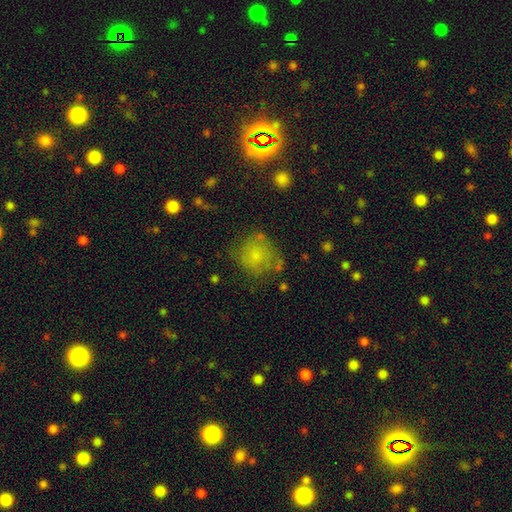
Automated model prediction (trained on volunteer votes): smooth 68%, featured or disk 21%, star or artifact 10%. Down the decision tree: how rounded — round (82%); merging — none (58%).